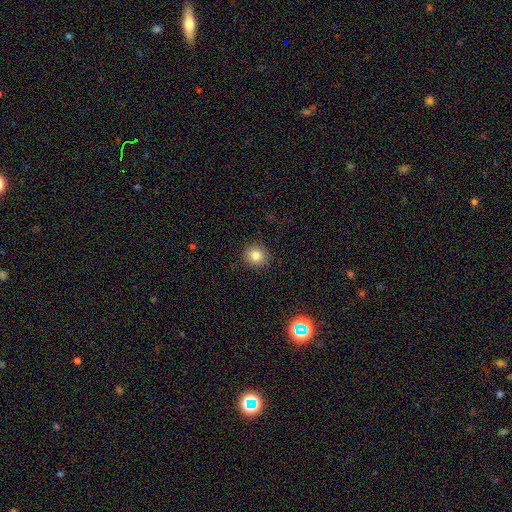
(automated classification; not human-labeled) smooth_or_featured: smooth (p=0.82) [alt: star or artifact p=0.11]
how_rounded: round (p=0.89) [alt: in between p=0.10]
merging: none (p=0.91) [alt: minor disturbance p=0.06]